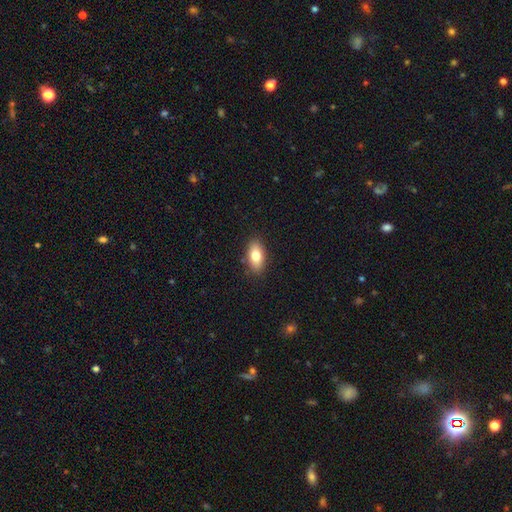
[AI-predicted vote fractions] This appears to be a smooth galaxy with no disk features (80%) that is in between round and cigar-shaped (90%). Merging: none (87%).